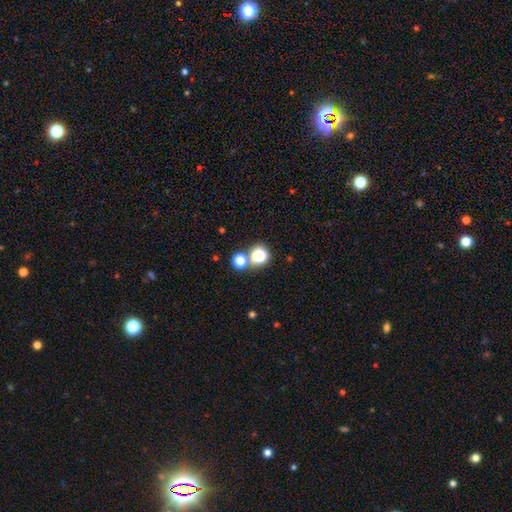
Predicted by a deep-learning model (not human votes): Smooth or featured?
  - smooth: 71% *
  - star or artifact: 21%
  - featured or disk: 8%
How rounded?
  - round: 87% *
  - in between: 12%
  - cigar-shaped: 1%
Merging?
  - none: 58% *
  - merger: 32%
  - minor disturbance: 6%
  - major disturbance: 3%